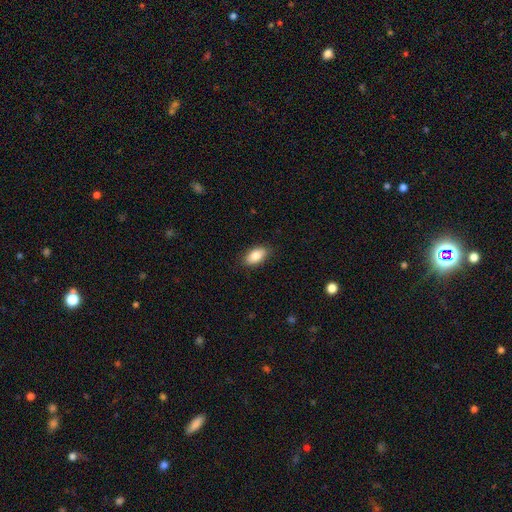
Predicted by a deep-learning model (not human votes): A smooth galaxy with no disk features (85%) that is in between round and cigar-shaped (92%). Merging: none (87%).